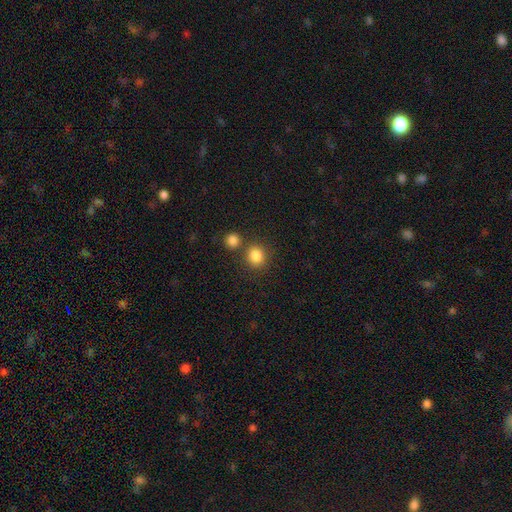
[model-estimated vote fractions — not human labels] The model was most divided on "merging": none: 72%, merger: 16%, minor disturbance: 8%, major disturbance: 3%. More confident: smooth or featured — smooth (85%); how rounded — round (83%).